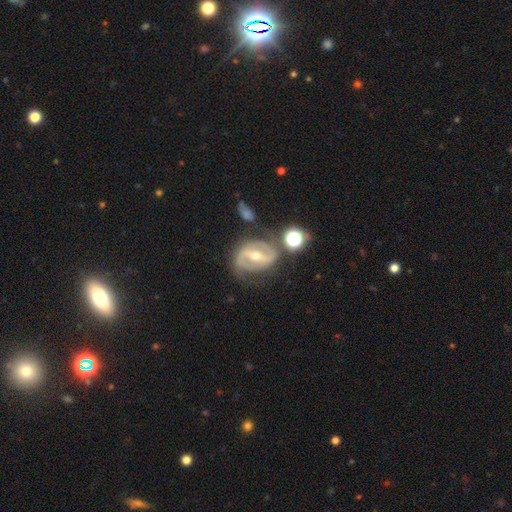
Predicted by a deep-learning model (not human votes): Overall: featured or disk (85%). Edge-on disk: no (96%). Bar: strong (63%; weak 27%). Spiral arms: yes (89%). Spiral arm count: 2 (84%). Spiral winding: medium (47%; tight 30%). Bulge size: moderate (53%; small 44%). Merging: none (66%).